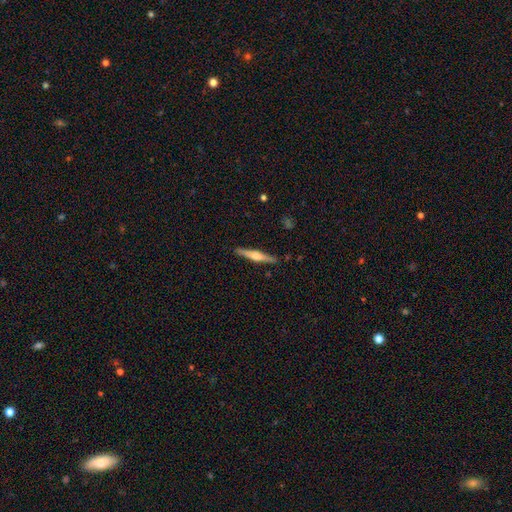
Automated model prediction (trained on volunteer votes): This appears to be a featured or disk galaxy (62%) viewed edge-on (98%) with a rounded central bulge (81%). Merging: none (90%).